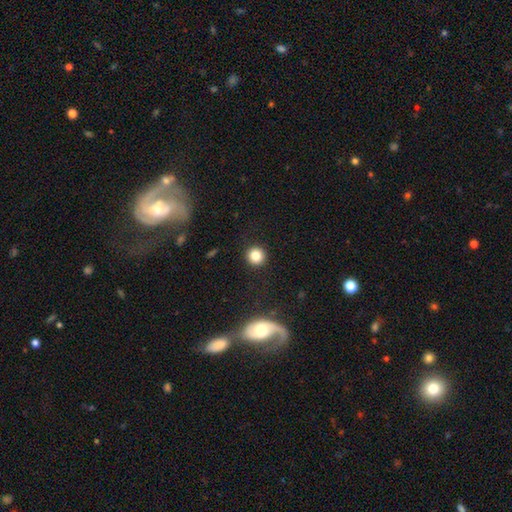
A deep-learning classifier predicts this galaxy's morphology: Smooth or featured? smooth (83%)
How rounded? round (93%)
Merging? none (92%)